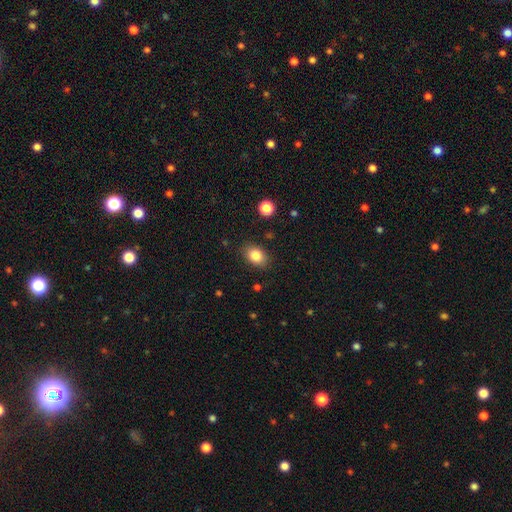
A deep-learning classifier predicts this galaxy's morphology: This appears to be a smooth galaxy with no disk features (84%) that is in between round and cigar-shaped (75%). Merging: none (85%).